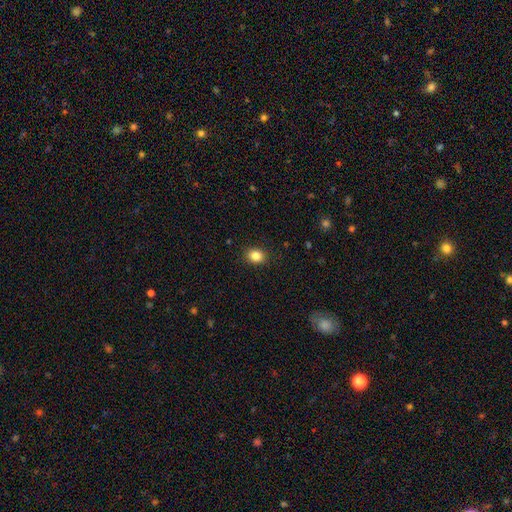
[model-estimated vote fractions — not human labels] smooth 85%, star or artifact 10%, featured or disk 5%. Down the decision tree: how rounded — in between (53%); merging — none (89%).